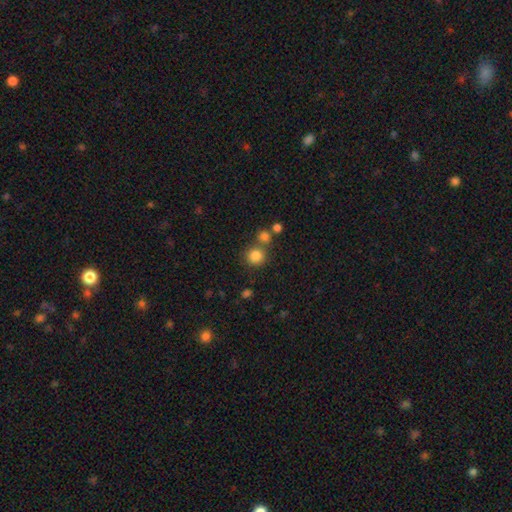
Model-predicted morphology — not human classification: Smooth or featured?
  - smooth: 83% *
  - star or artifact: 12%
  - featured or disk: 5%
How rounded?
  - round: 91% *
  - in between: 8%
  - cigar-shaped: 1%
Merging?
  - none: 70% *
  - merger: 18%
  - minor disturbance: 8%
  - major disturbance: 4%